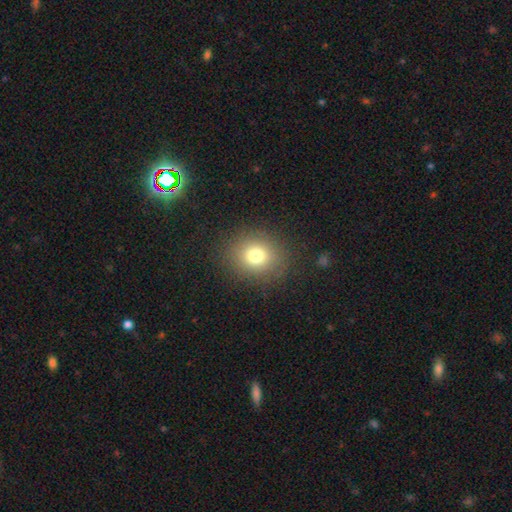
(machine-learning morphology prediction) Smooth or featured? smooth (76%)
How rounded? round (75%)
Merging? none (87%)